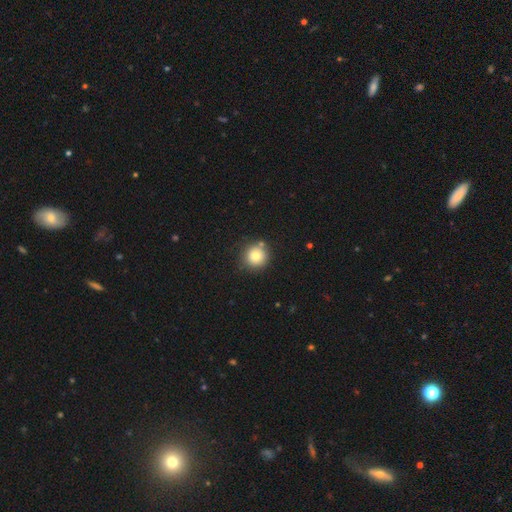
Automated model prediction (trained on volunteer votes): Overall: smooth (80%). How rounded: round (94%). Merging: none (80%).